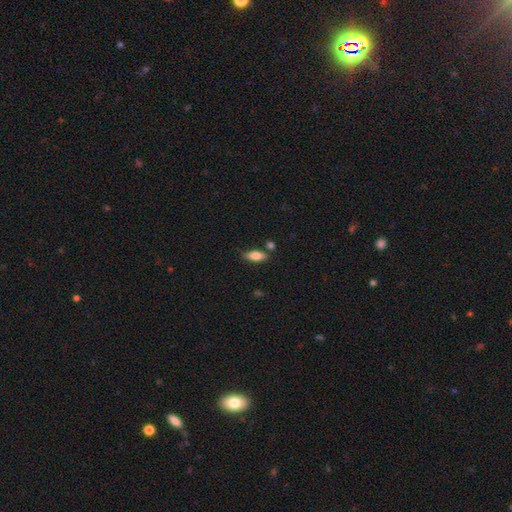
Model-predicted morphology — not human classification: The model was most divided on "how rounded": in between: 71%, cigar-shaped: 27%, round: 2%. More confident: merging — none (78%); smooth or featured — smooth (75%).